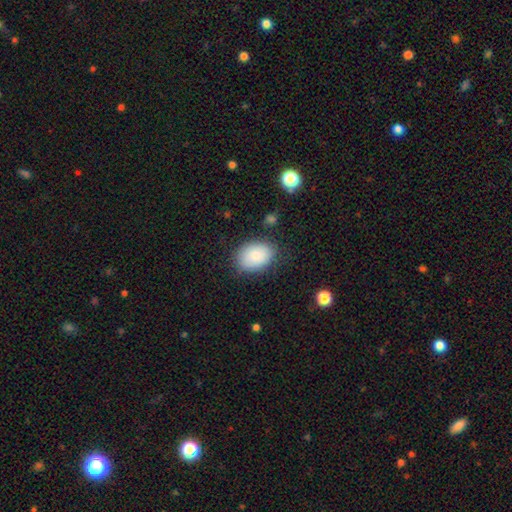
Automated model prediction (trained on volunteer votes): A smooth galaxy with no disk features (84%) that is in between round and cigar-shaped (80%).

Vote fractions:
- Smooth or featured? smooth: 84% / featured or disk: 9% / star or artifact: 7%
- How rounded? in between: 80% / round: 19% / cigar-shaped: 1%
- Merging? none: 80% / minor disturbance: 14% / major disturbance: 4% / merger: 2%